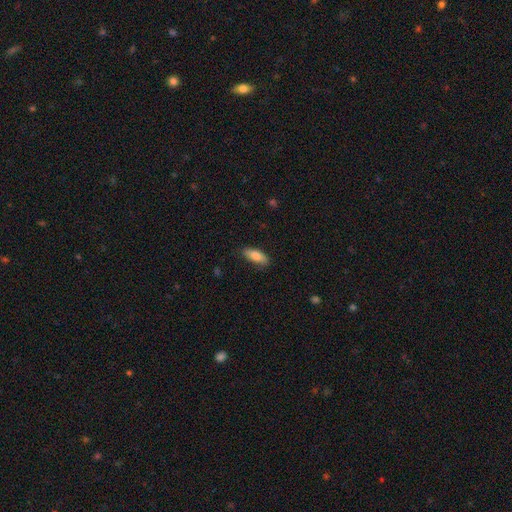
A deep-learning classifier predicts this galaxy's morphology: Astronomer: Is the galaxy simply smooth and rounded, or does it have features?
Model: smooth — 83%.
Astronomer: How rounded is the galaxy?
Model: in between — 74%.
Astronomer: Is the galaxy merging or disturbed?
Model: none — 81%.